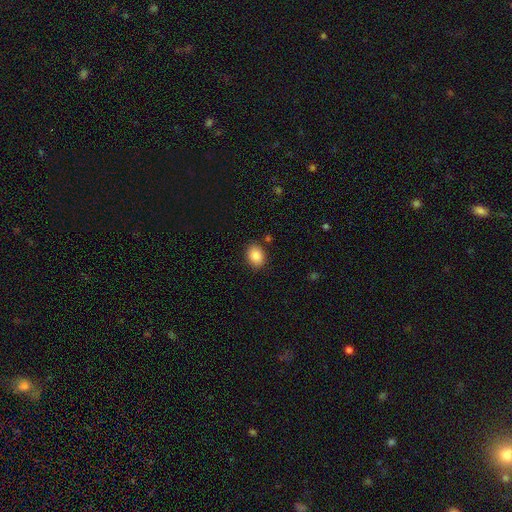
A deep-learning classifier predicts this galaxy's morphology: Overall: smooth (87%). How rounded: in between (65%; round 34%). Merging: none (85%).